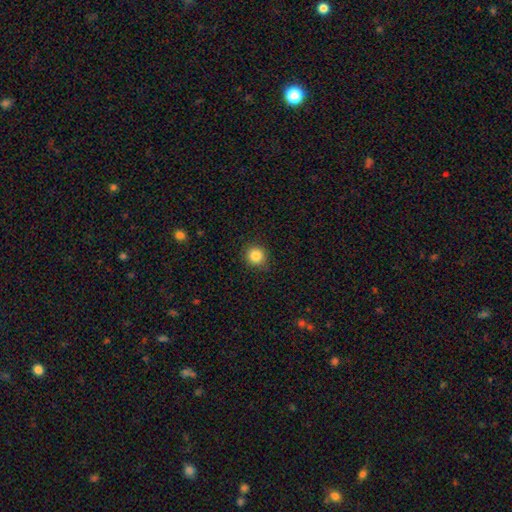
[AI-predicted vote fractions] Smooth or featured: smooth — 86% (star or artifact — 10%)
How rounded: round — 89% (in between — 10%)
Merging: none — 88% (minor disturbance — 9%)